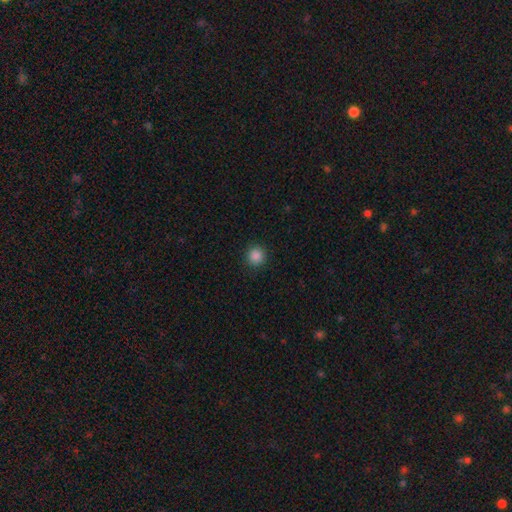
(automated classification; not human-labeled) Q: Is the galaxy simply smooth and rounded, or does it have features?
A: smooth — 87%.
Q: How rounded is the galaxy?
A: round — 93%.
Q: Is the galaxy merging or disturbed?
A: none — 91%.